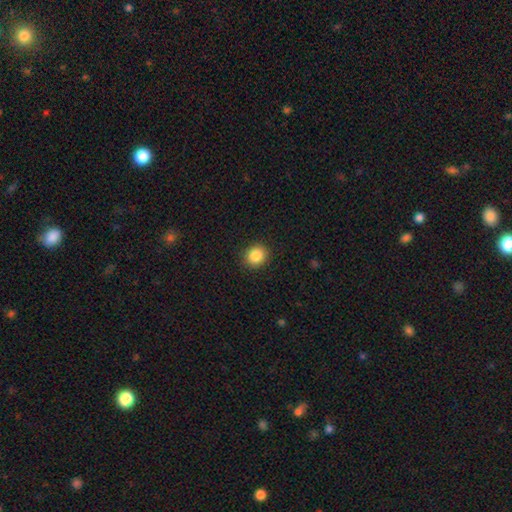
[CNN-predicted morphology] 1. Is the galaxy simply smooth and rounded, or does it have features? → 87% smooth, 9% star or artifact, 4% featured or disk.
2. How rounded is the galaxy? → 78% round, 21% in between, 1% cigar-shaped.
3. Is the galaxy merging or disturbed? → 90% none, 7% minor disturbance, 2% major disturbance, 1% merger.